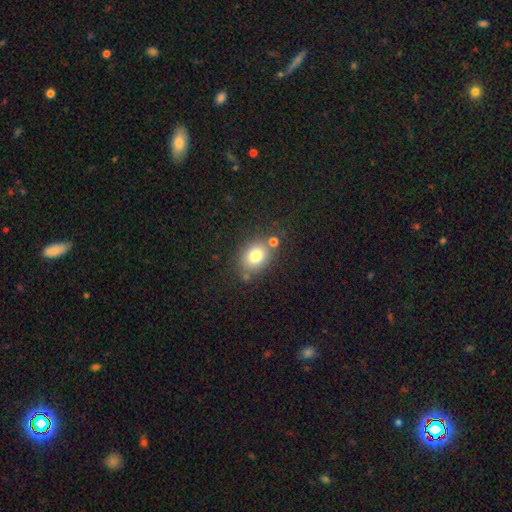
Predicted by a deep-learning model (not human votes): Q: Smooth or featured?
A: smooth (78%); runner-up: featured or disk (11%)
Q: How rounded?
A: in between (54%); runner-up: round (45%)
Q: Merging?
A: none (67%); runner-up: minor disturbance (14%)